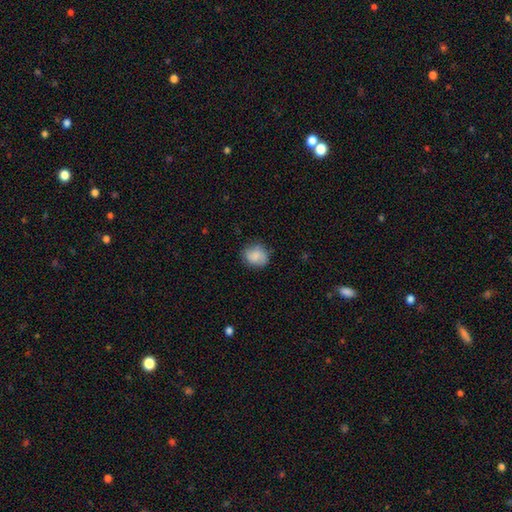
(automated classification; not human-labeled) This appears to be a smooth galaxy with no disk features (82%) that is round (72%). Merging: none (76%).